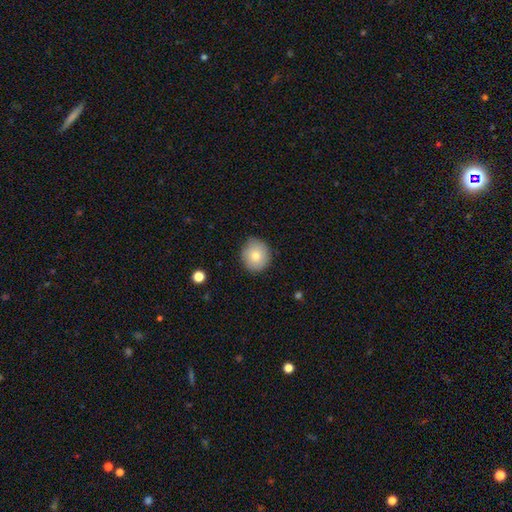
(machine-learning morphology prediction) Overall: smooth (79%). How rounded: round (85%). Merging: none (83%).